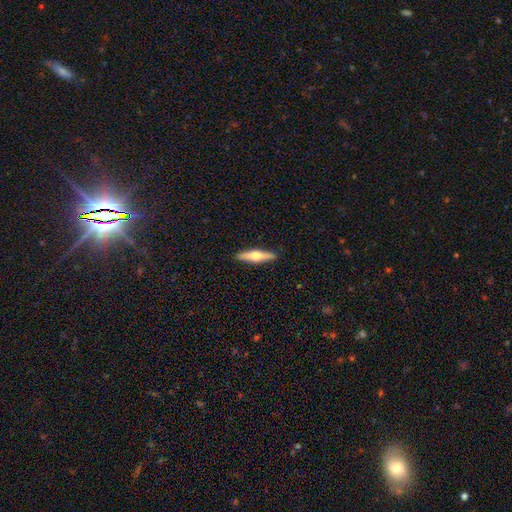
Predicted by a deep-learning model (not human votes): A featured or disk galaxy (55%) viewed edge-on (95%) with a rounded central bulge (94%).

Vote fractions:
- Smooth or featured? featured or disk: 55% / smooth: 39% / star or artifact: 5%
- Edge-on disk? yes: 95% / no: 5%
- Edge-on bulge? rounded: 94% / boxy: 3% / none: 3%
- Merging? none: 91% / minor disturbance: 6% / major disturbance: 1% / merger: 1%